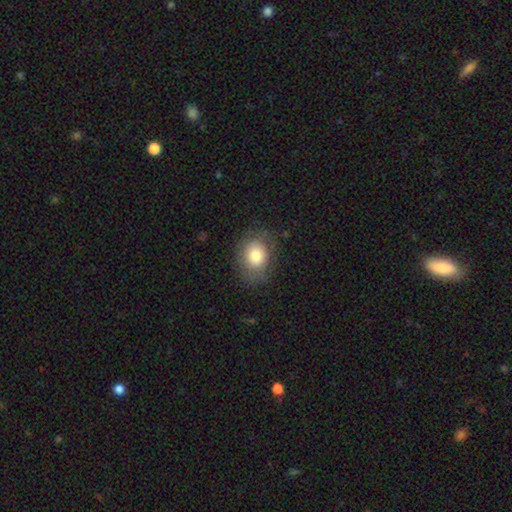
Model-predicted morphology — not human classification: The model was most divided on "how rounded": round: 50%, in between: 49%, cigar-shaped: 1%. More confident: smooth or featured — smooth (76%); merging — none (74%).